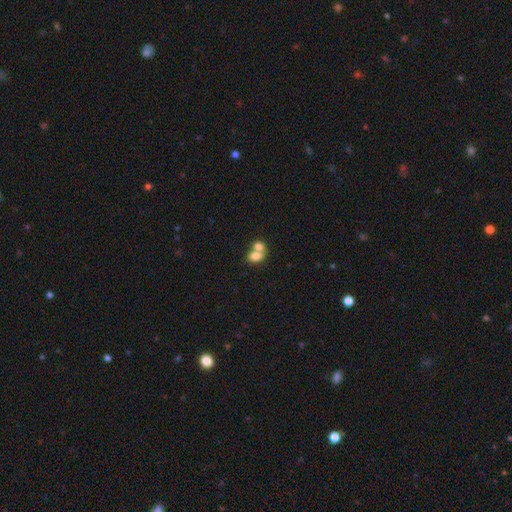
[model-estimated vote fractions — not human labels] The model was most divided on "how rounded": in between: 61%, round: 38%, cigar-shaped: 1%. More confident: smooth or featured — smooth (75%); merging — merger (67%).